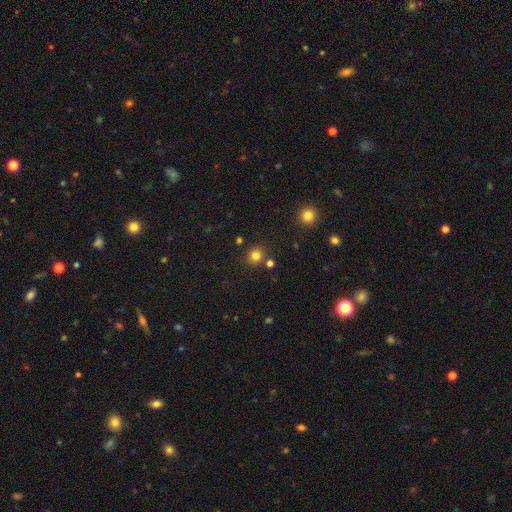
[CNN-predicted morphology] This appears to be a smooth galaxy with no disk features (80%) that is round (85%). Merging: none (82%).